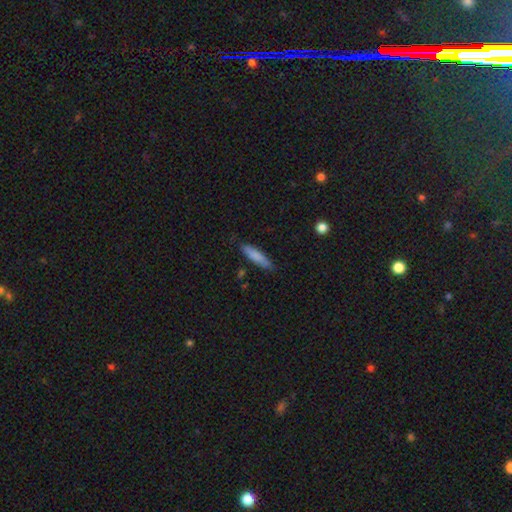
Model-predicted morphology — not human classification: smooth-or-featured: smooth: 81% | featured or disk: 13% | star or artifact: 6%
  how-rounded: cigar-shaped: 79% | in between: 20% | round: 1%
  merging: none: 83% | minor disturbance: 13% | major disturbance: 2% | merger: 2%